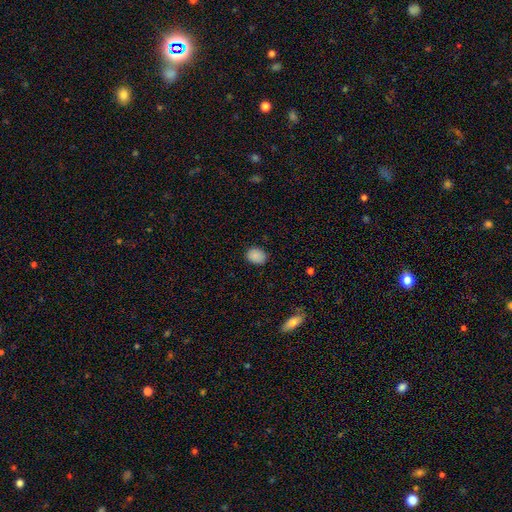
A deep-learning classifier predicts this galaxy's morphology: Overall: smooth (87%). How rounded: in between (62%; round 37%). Merging: none (84%).